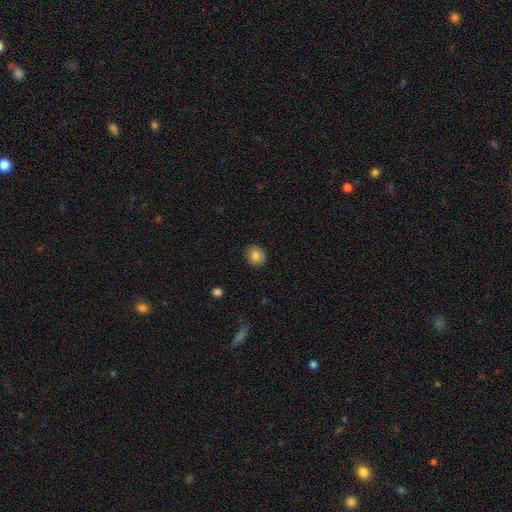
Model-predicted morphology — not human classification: Smooth or featured?
  - smooth: 82% *
  - star or artifact: 9%
  - featured or disk: 9%
How rounded?
  - round: 67% *
  - in between: 32%
  - cigar-shaped: 1%
Merging?
  - none: 89% *
  - minor disturbance: 8%
  - major disturbance: 2%
  - merger: 1%